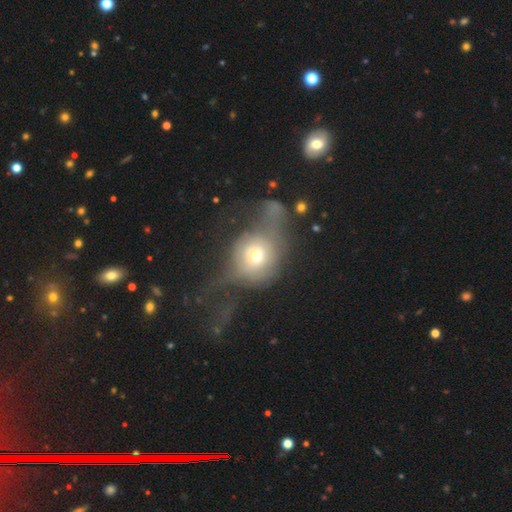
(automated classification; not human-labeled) A smooth galaxy with no disk features (53%) that is round (73%). Merging: major disturbance (61%).